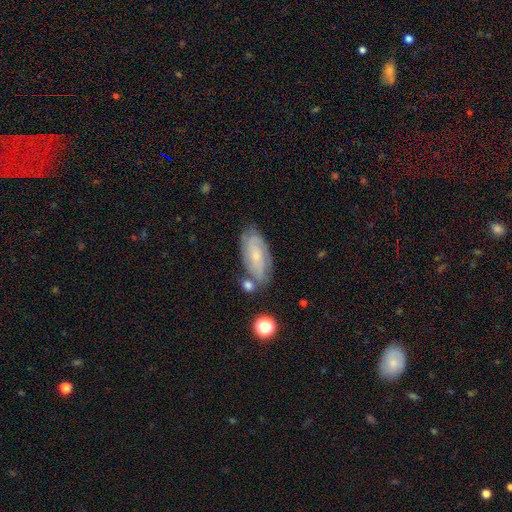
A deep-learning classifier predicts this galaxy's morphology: A featured or disk galaxy (60%) with no bar (64%), spiral arms (86%) and a small central bulge (68%). Merging: none (68%).